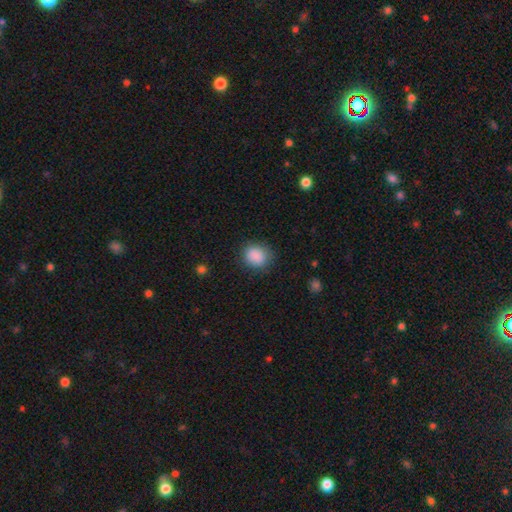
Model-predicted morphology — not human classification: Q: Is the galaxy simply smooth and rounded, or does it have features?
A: smooth — 88%.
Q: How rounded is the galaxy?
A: round — 68%.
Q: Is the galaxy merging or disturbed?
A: none — 83%.